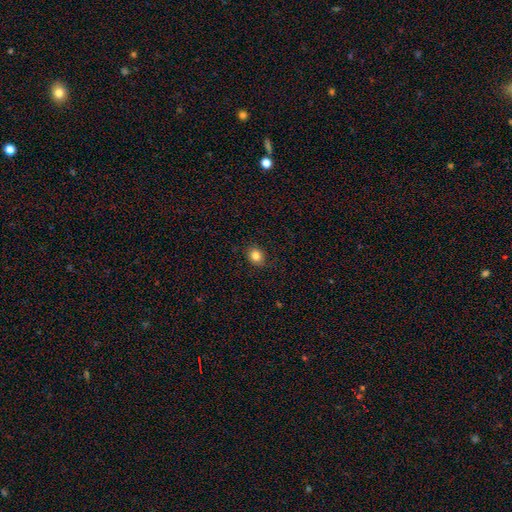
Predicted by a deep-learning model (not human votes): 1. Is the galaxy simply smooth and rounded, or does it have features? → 84% smooth, 11% star or artifact, 6% featured or disk.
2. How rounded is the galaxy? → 60% round, 39% in between, 1% cigar-shaped.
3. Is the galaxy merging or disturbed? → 88% none, 9% minor disturbance, 2% major disturbance, 1% merger.